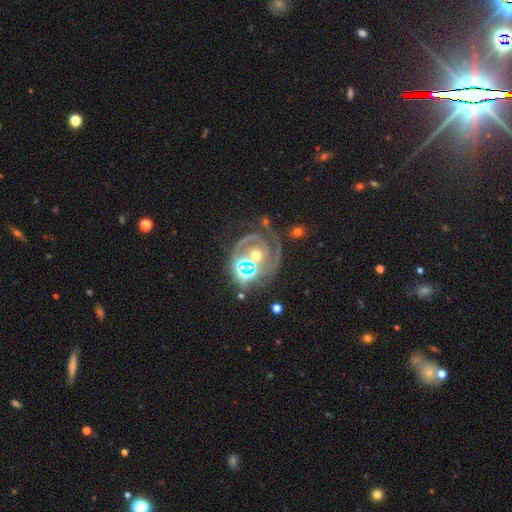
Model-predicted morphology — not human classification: A featured or disk galaxy (70%) with no bar (68%), 2 (56%) tight (53%) spiral arms (89%) and a moderate central bulge (64%).

Vote fractions:
- Smooth or featured? featured or disk: 70% / star or artifact: 17% / smooth: 13%
- Edge-on disk? no: 97% / yes: 3%
- Bar? no: 68% / weak: 21% / strong: 11%
- Spiral arms? yes: 89% / no: 11%
- Spiral winding? tight: 53% / medium: 37% / loose: 10%
- Spiral arm count? 2: 56% / 1: 13% / 3: 12% / can't tell: 12% / 4: 3% / more than 4: 3%
- Bulge size? moderate: 64% / small: 20% / large: 10% / none: 3% / dominant: 3%
- Merging? none: 52% / minor disturbance: 18% / major disturbance: 16% / merger: 14%